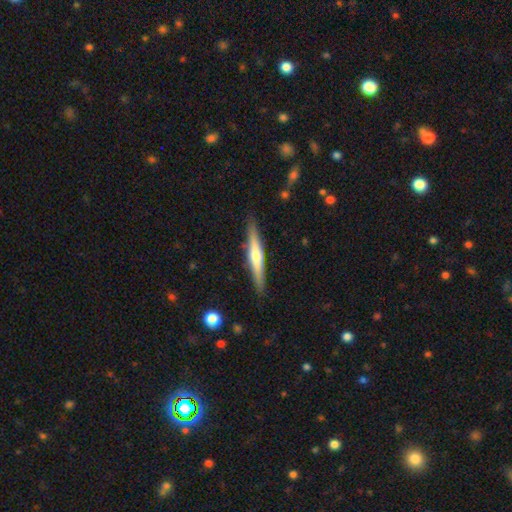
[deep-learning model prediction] Morphology: type=featured or disk (58%); edge-on=yes (97%); edge-on bulge=rounded (74%); merging=none (89%).